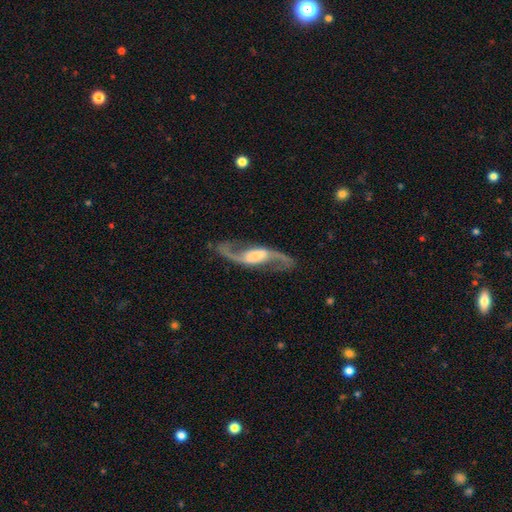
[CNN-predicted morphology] This appears to be a featured or disk galaxy (91%) with a weak bar (40%), 2 (94%) loose (78%) spiral arms (97%) and a large central bulge (35%). Merging: none (81%).